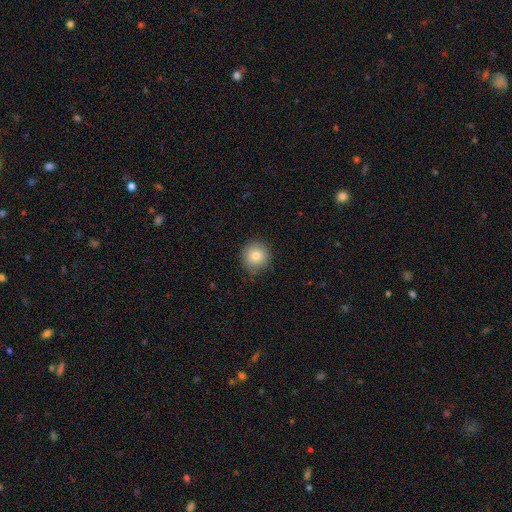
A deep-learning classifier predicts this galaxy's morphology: type=smooth (81%); roundness=round (92%); merging=none (85%).